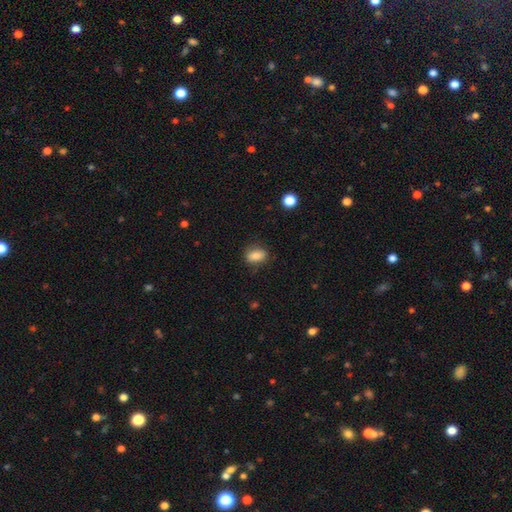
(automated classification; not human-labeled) Smooth or featured: smooth — 82% (featured or disk — 9%)
How rounded: in between — 76% (round — 21%)
Merging: none — 81% (minor disturbance — 14%)